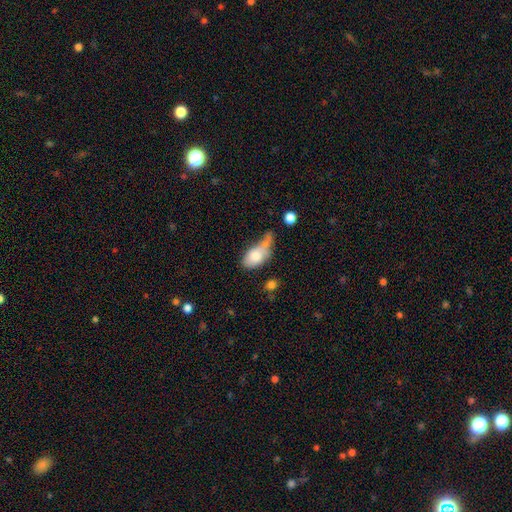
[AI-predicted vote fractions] A smooth galaxy with no disk features (73%) that is in between round and cigar-shaped (88%). Merging: merger (30%).